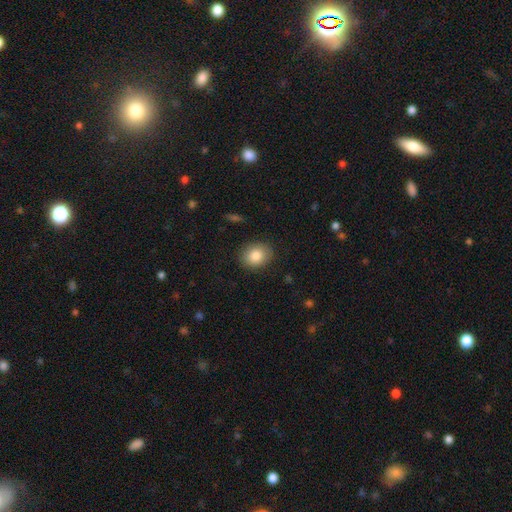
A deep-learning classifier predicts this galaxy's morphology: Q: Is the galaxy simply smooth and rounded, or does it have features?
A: smooth — 85%.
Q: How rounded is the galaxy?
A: in between — 50%.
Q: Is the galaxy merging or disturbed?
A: none — 87%.